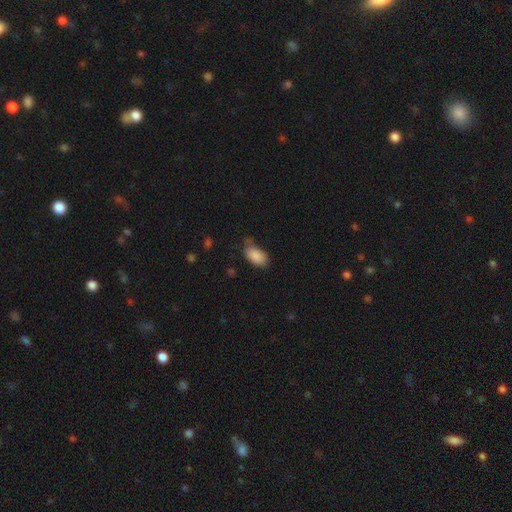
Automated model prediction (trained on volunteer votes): A smooth galaxy with no disk features (88%) that is in between round and cigar-shaped (94%).

Vote fractions:
- Smooth or featured? smooth: 88% / star or artifact: 7% / featured or disk: 5%
- How rounded? in between: 94% / round: 5% / cigar-shaped: 2%
- Merging? none: 65% / minor disturbance: 25% / major disturbance: 6% / merger: 4%